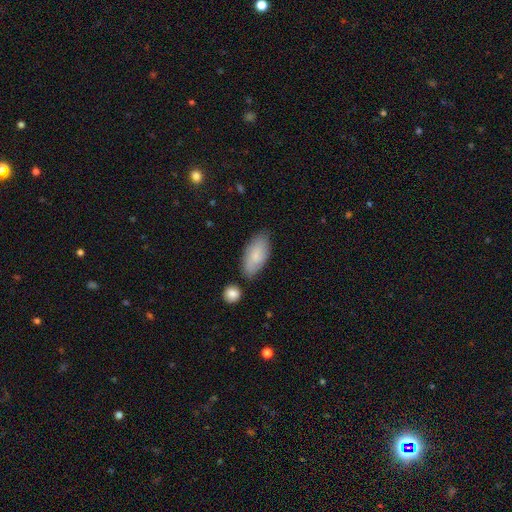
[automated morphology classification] Q: Smooth or featured?
A: smooth (77%); runner-up: featured or disk (17%)
Q: How rounded?
A: in between (91%); runner-up: cigar-shaped (6%)
Q: Merging?
A: none (72%); runner-up: minor disturbance (19%)